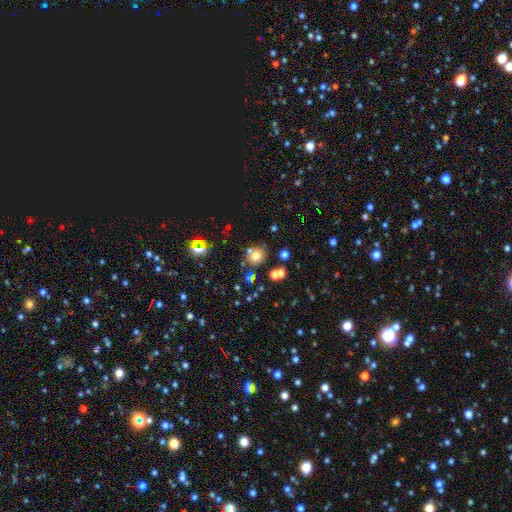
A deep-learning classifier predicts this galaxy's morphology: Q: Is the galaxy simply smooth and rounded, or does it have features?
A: smooth — 67%.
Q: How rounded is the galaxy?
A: round — 77%.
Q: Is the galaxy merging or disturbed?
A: none — 69%.